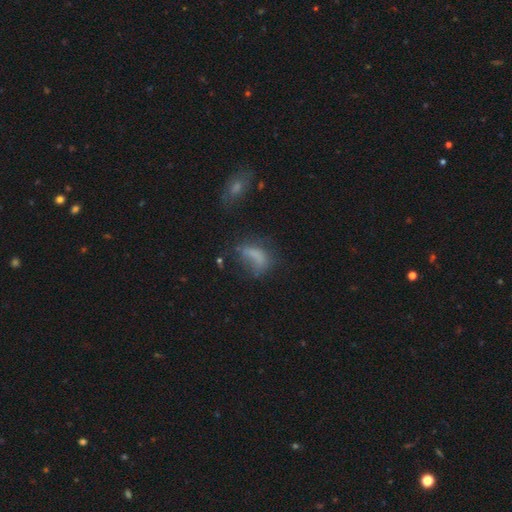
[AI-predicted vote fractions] A smooth galaxy with no disk features (64%) that is in between round and cigar-shaped (74%).

Vote fractions:
- Smooth or featured? smooth: 64% / featured or disk: 21% / star or artifact: 15%
- How rounded? in between: 74% / cigar-shaped: 14% / round: 12%
- Merging? none: 34% / major disturbance: 33% / minor disturbance: 25% / merger: 8%